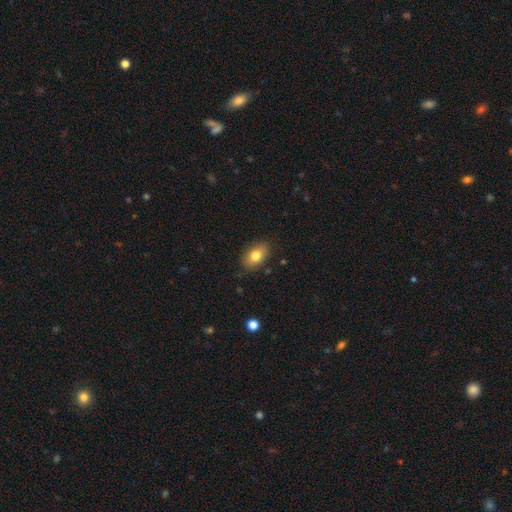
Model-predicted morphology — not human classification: Smooth or featured? smooth (80%)
How rounded? in between (86%)
Merging? none (85%)